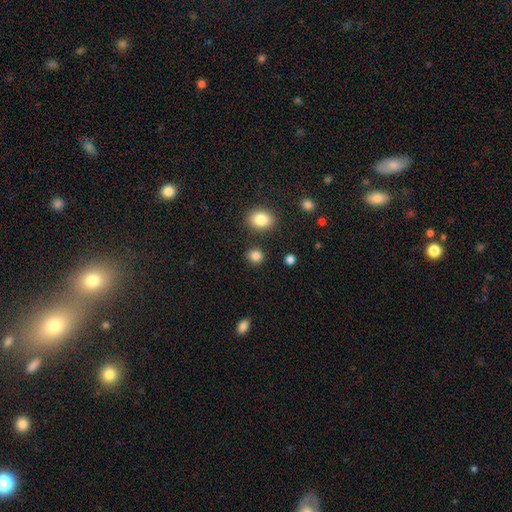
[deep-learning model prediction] Smooth or featured: smooth — 85% (star or artifact — 11%)
How rounded: round — 77% (in between — 22%)
Merging: none — 85% (minor disturbance — 8%)